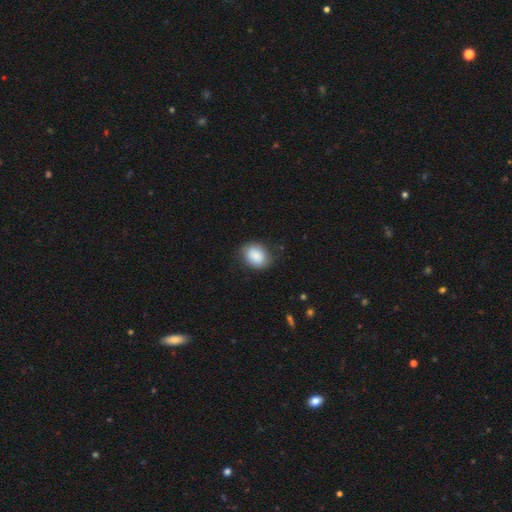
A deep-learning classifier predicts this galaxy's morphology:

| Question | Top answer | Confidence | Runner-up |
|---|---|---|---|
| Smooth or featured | smooth | 86% | featured or disk (7%) |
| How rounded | in between | 62% | round (37%) |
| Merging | none | 77% | minor disturbance (16%) |